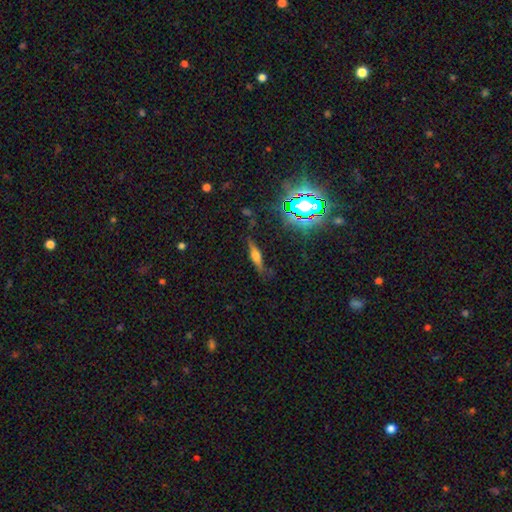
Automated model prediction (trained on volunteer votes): Q: Smooth or featured?
A: featured or disk (53%); runner-up: smooth (33%)
Q: Edge-on disk?
A: yes (92%); runner-up: no (8%)
Q: Merging?
A: none (77%); runner-up: minor disturbance (16%)